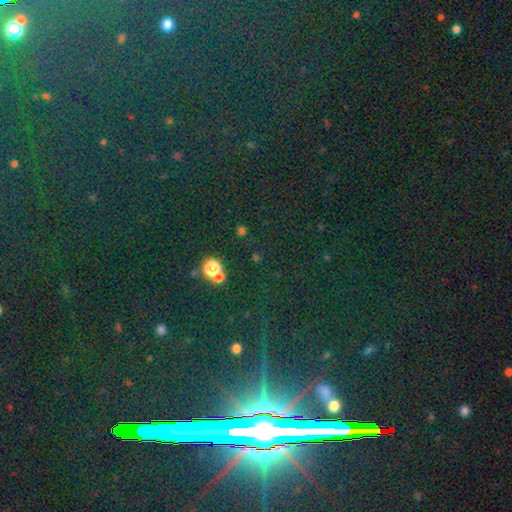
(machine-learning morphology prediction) A star or artifact, not a galaxy (79%).